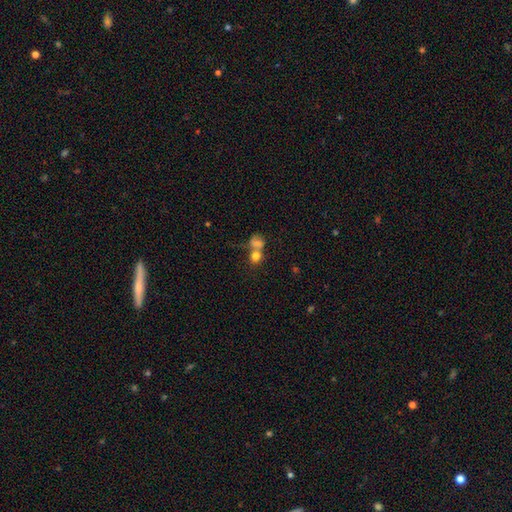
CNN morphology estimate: Smooth or featured? smooth (75%)
How rounded? round (70%)
Merging? merger (52%)